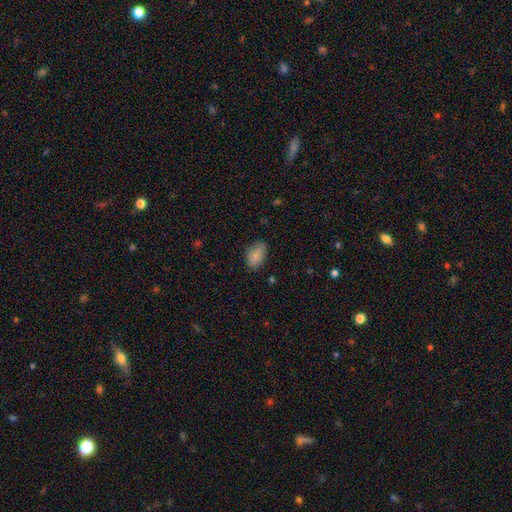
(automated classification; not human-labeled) A smooth galaxy with no disk features (84%) that is in between round and cigar-shaped (90%).

Vote fractions:
- Smooth or featured? smooth: 84% / star or artifact: 8% / featured or disk: 8%
- How rounded? in between: 90% / round: 8% / cigar-shaped: 2%
- Merging? none: 73% / minor disturbance: 21% / major disturbance: 4% / merger: 1%